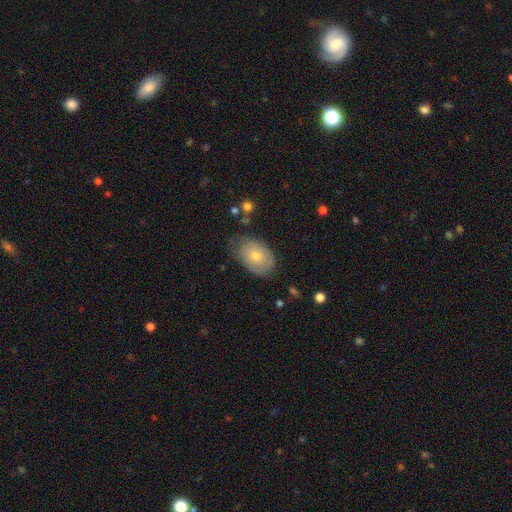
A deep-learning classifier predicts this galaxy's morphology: smooth_or_featured: smooth (p=0.58) [alt: featured or disk p=0.34]
how_rounded: in between (p=0.84) [alt: round p=0.15]
merging: none (p=0.67) [alt: minor disturbance p=0.26]